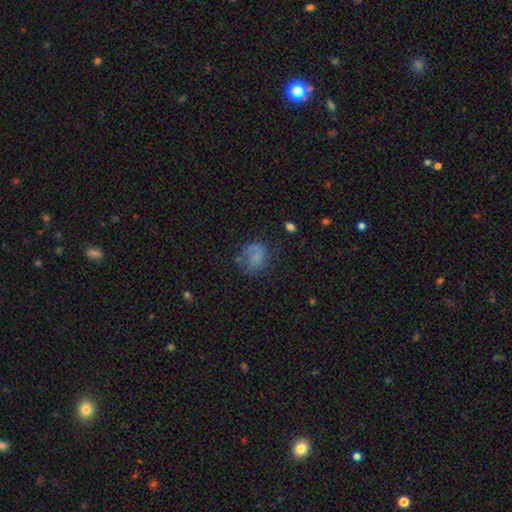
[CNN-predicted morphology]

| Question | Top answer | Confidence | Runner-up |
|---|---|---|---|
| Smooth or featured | smooth | 59% | featured or disk (28%) |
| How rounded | in between | 59% | round (39%) |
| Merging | none | 40% | major disturbance (30%) |